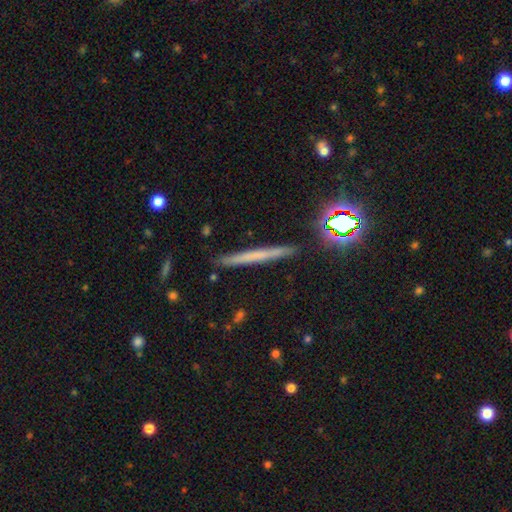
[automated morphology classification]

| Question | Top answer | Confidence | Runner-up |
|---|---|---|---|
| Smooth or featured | smooth | 50% | featured or disk (37%) |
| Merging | none | 90% | minor disturbance (7%) |